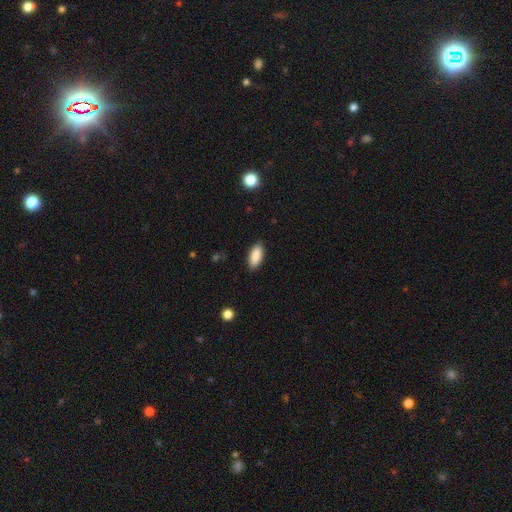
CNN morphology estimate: Smooth or featured? smooth (89%)
How rounded? in between (87%)
Merging? none (87%)